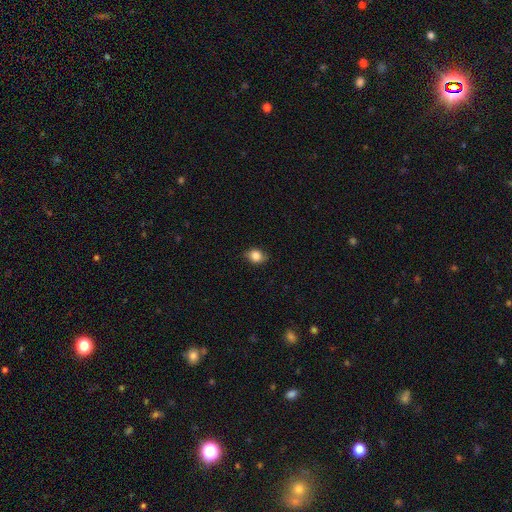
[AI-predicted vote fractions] Overall: smooth (84%). How rounded: round (50%; in between 48%). Merging: none (80%).